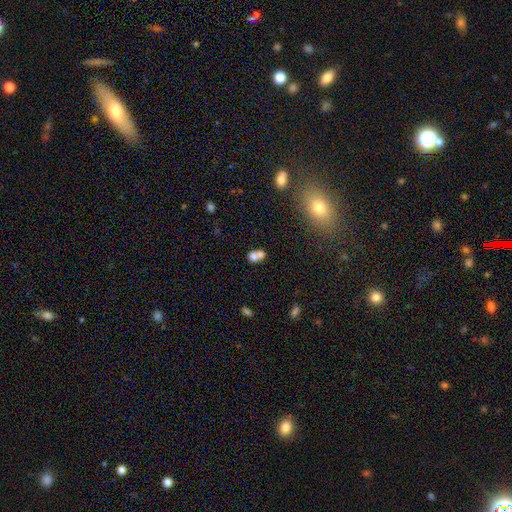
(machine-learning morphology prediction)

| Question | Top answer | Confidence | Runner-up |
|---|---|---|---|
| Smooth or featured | smooth | 71% | featured or disk (17%) |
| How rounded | round | 57% | in between (42%) |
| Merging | merger | 62% | none (27%) |